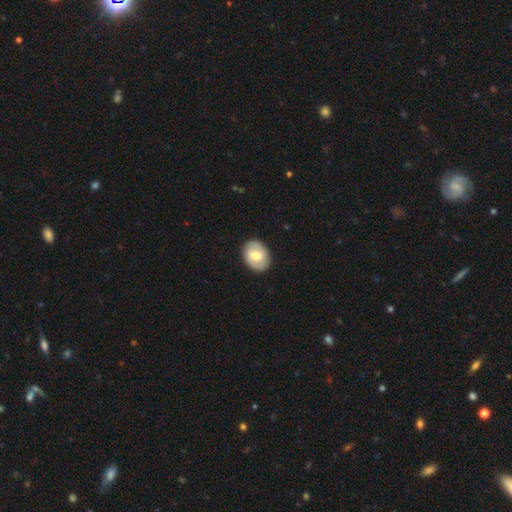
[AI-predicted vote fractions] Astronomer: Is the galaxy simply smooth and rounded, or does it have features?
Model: smooth — 50% (runner-up: featured or disk, 44%).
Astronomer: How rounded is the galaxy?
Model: in between — 63%.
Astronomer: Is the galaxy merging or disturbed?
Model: none — 87%.